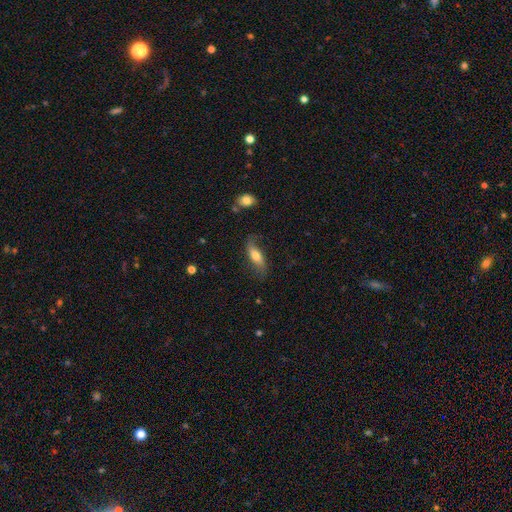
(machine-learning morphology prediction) Smooth or featured? smooth (51%)
How rounded? in between (63%)
Merging? none (64%)